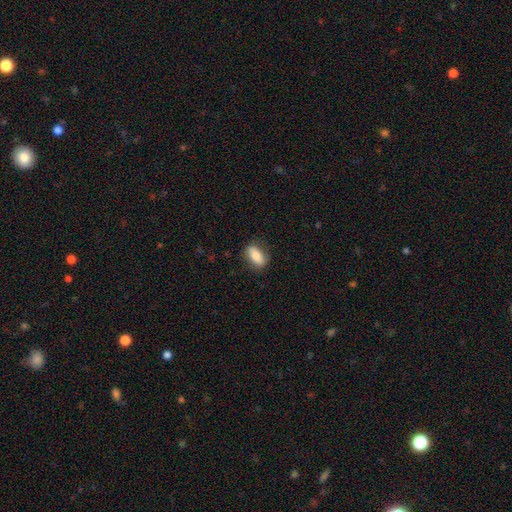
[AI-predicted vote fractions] The model was most divided on "smooth or featured": smooth: 77%, featured or disk: 16%, star or artifact: 7%. More confident: how rounded — in between (86%); merging — none (81%).